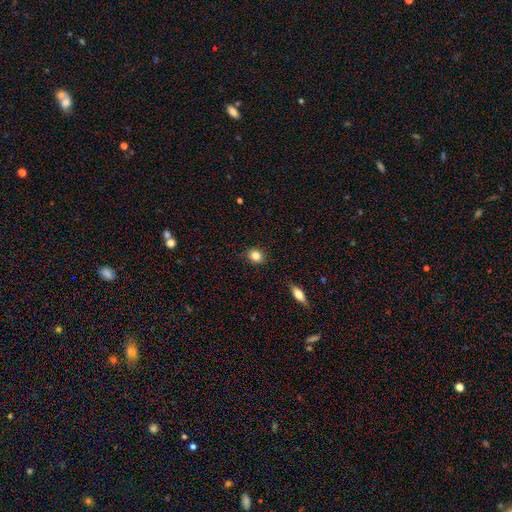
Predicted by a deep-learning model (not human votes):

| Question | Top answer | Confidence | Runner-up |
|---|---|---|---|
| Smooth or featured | smooth | 83% | star or artifact (10%) |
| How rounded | round | 67% | in between (31%) |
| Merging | none | 87% | minor disturbance (10%) |